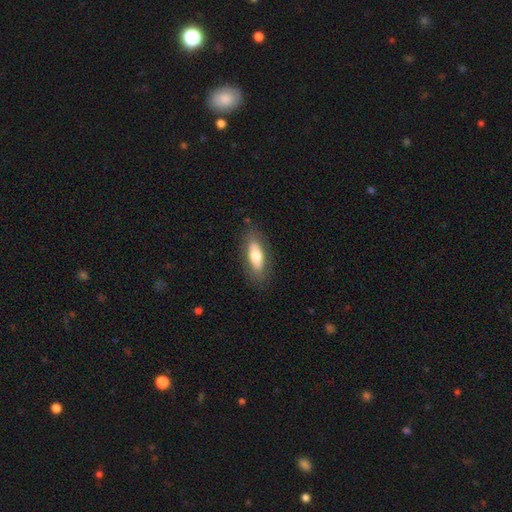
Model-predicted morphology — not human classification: Smooth or featured: smooth — 66% (featured or disk — 28%)
How rounded: in between — 76% (cigar-shaped — 22%)
Merging: none — 81% (minor disturbance — 13%)